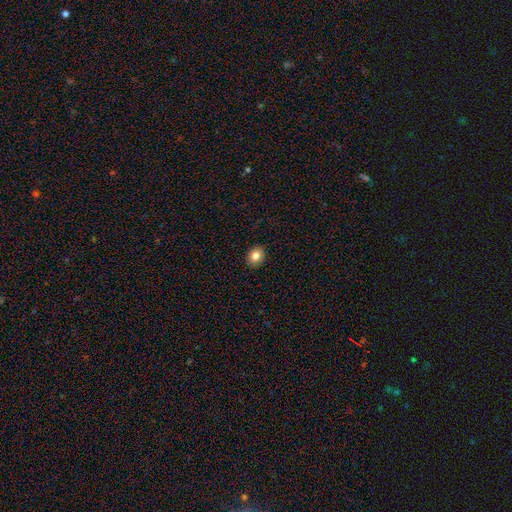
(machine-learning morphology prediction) smooth-or-featured: smooth: 83% | star or artifact: 10% | featured or disk: 7%
  how-rounded: round: 63% | in between: 37% | cigar-shaped: 1%
  merging: none: 91% | minor disturbance: 6% | major disturbance: 2% | merger: 1%